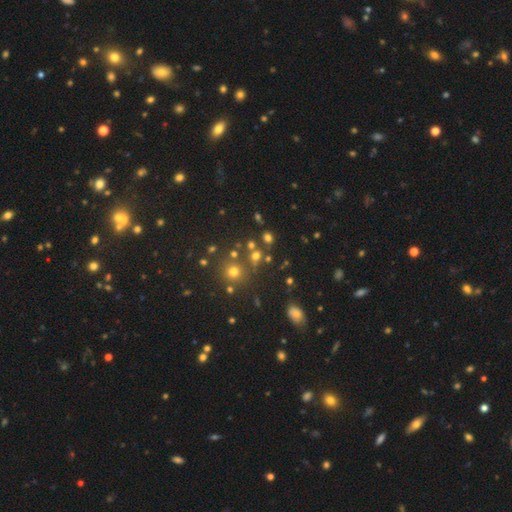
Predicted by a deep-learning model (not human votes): Smooth or featured: smooth — 60% (star or artifact — 29%)
How rounded: round — 86% (in between — 13%)
Merging: none — 72% (merger — 15%)